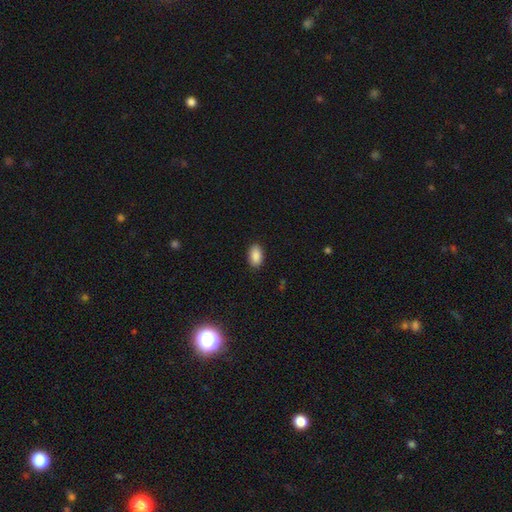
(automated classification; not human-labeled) Smooth or featured: smooth — 90% (star or artifact — 7%)
How rounded: in between — 93% (round — 6%)
Merging: none — 89% (minor disturbance — 8%)